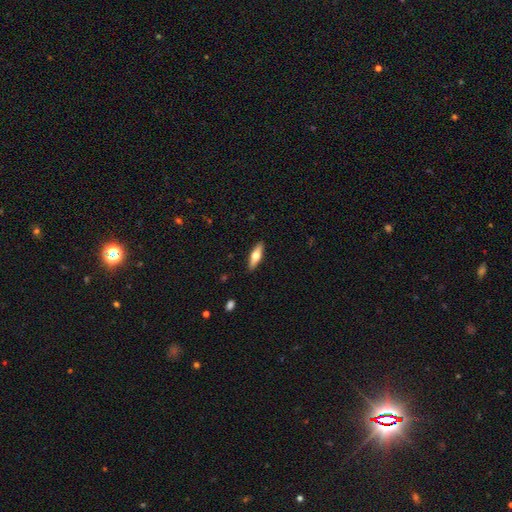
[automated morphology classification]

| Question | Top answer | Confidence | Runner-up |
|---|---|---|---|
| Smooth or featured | smooth | 50% | featured or disk (45%) |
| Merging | none | 90% | minor disturbance (8%) |